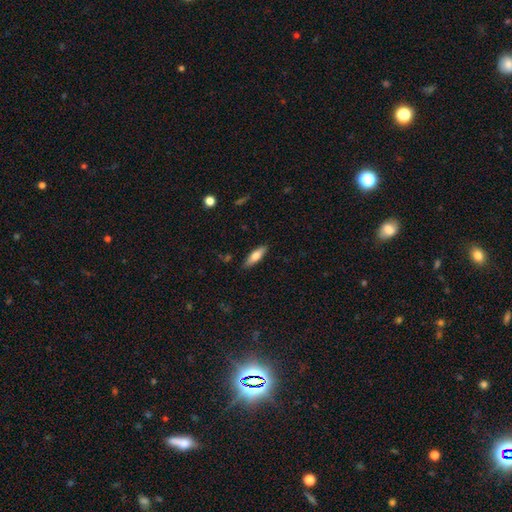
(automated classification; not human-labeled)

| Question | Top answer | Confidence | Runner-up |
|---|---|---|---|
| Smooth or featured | smooth | 68% | featured or disk (26%) |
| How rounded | cigar-shaped | 52% | in between (46%) |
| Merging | none | 87% | minor disturbance (10%) |